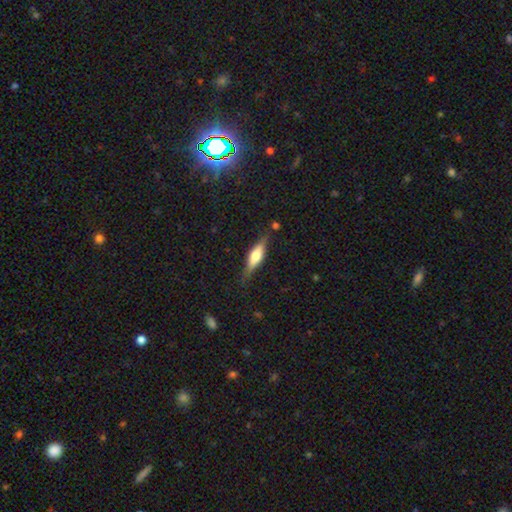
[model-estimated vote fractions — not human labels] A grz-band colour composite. It shows a smooth galaxy with no disk features (49%). Merging: none (75%).